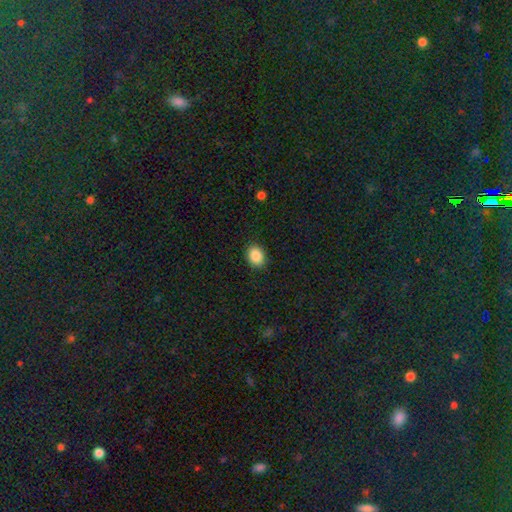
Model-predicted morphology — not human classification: The model was most divided on "how rounded": in between: 61%, round: 38%, cigar-shaped: 1%. More confident: merging — none (89%); smooth or featured — smooth (88%).